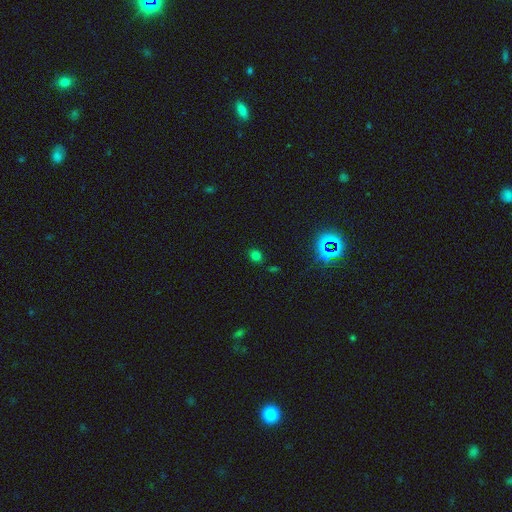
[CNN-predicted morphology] Smooth or featured?
  - smooth: 67% *
  - star or artifact: 28%
  - featured or disk: 6%
How rounded?
  - round: 59% *
  - in between: 39%
  - cigar-shaped: 1%
Merging?
  - none: 83% *
  - minor disturbance: 10%
  - major disturbance: 3%
  - merger: 3%